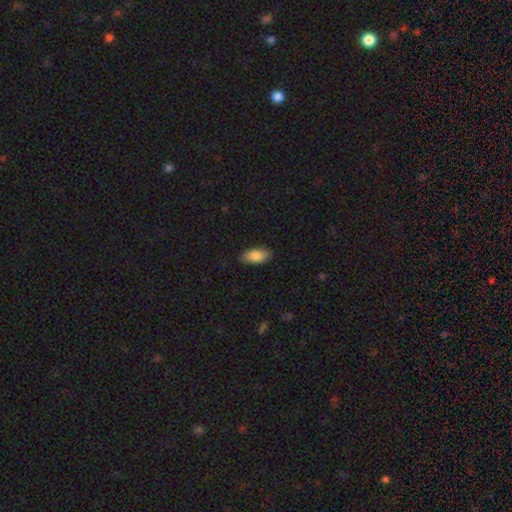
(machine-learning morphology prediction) This is clearly a smooth galaxy (85%). How rounded: clearly in between (88%). Merging: clearly none (86%).